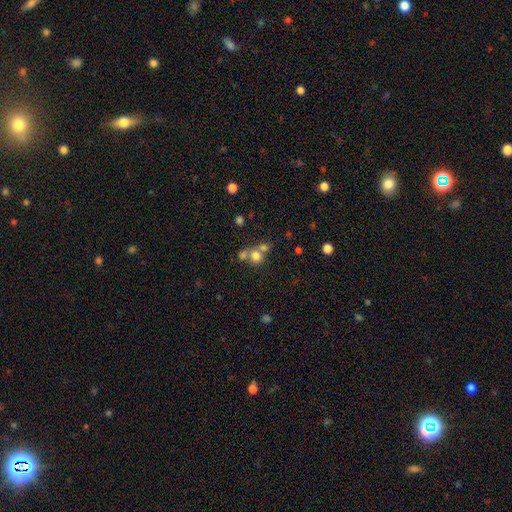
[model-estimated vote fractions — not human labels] A smooth galaxy with no disk features (71%) that is round (83%).

Vote fractions:
- Smooth or featured? smooth: 71% / star or artifact: 15% / featured or disk: 14%
- How rounded? round: 83% / in between: 16% / cigar-shaped: 1%
- Merging? merger: 48% / none: 41% / minor disturbance: 7% / major disturbance: 4%